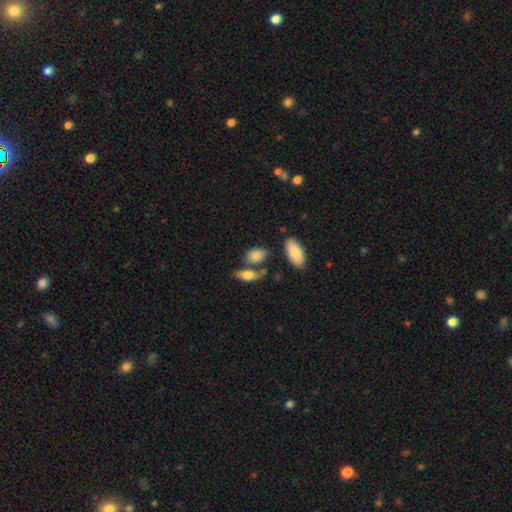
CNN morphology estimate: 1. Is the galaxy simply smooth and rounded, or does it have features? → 82% smooth, 10% featured or disk, 8% star or artifact.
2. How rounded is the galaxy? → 74% in between, 22% round, 5% cigar-shaped.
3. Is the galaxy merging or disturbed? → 60% none, 18% merger, 16% minor disturbance, 6% major disturbance.